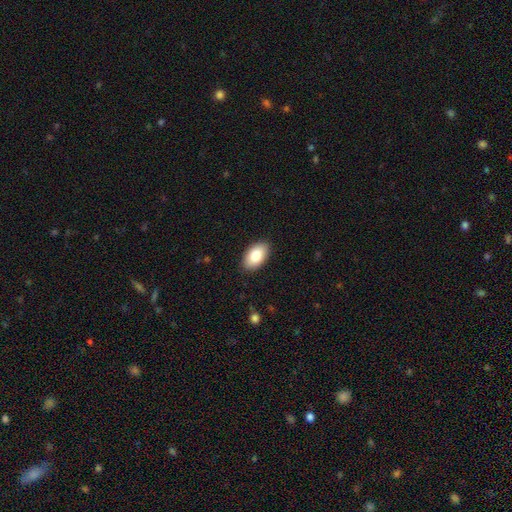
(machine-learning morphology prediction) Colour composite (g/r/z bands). It shows a smooth galaxy with no disk features (85%) that is in between round and cigar-shaped (95%). Merging: none (88%).